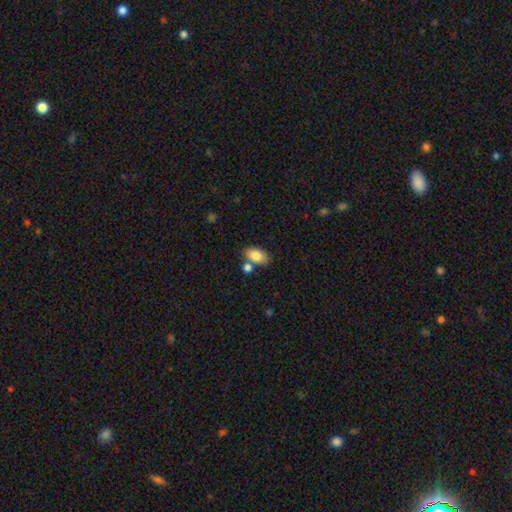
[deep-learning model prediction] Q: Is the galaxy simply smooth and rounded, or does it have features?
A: smooth — 83%.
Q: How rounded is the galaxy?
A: in between — 91%.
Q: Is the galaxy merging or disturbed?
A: none — 66%.